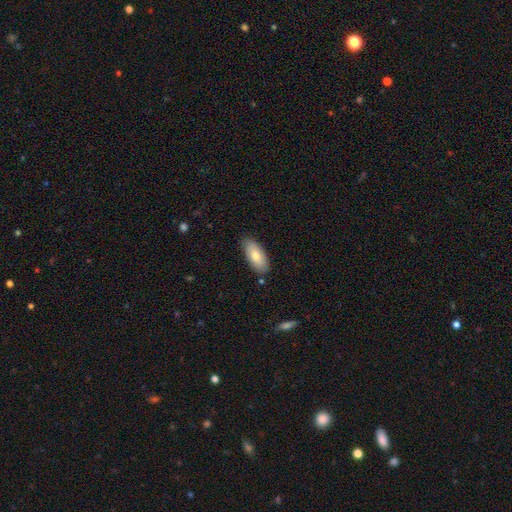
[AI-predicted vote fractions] smooth-or-featured: smooth: 79% | featured or disk: 15% | star or artifact: 6%
  how-rounded: in between: 89% | cigar-shaped: 9% | round: 2%
  merging: none: 82% | minor disturbance: 14% | major disturbance: 2% | merger: 2%